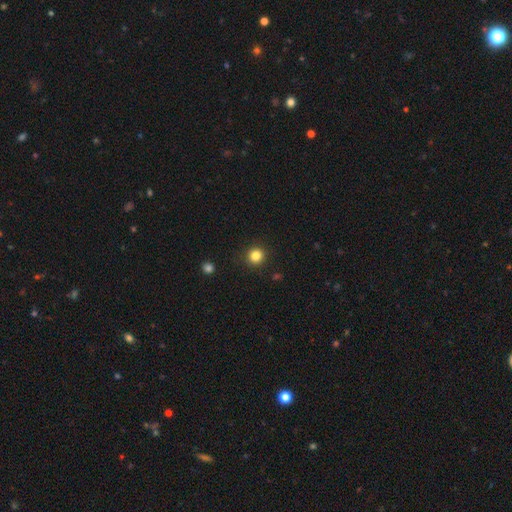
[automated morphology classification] smooth 84%, star or artifact 12%, featured or disk 4%. Down the decision tree: how rounded — round (93%); merging — none (91%).